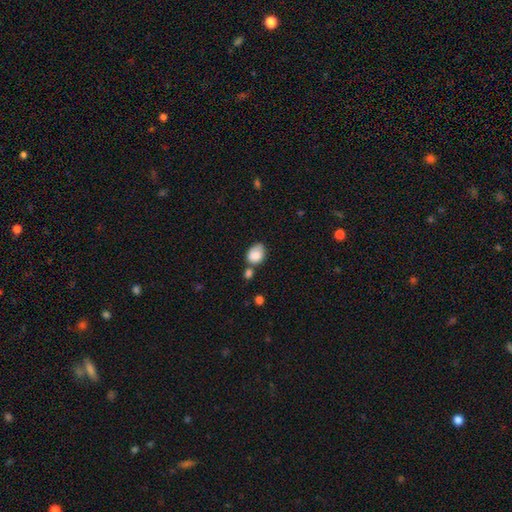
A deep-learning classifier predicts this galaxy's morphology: smooth-or-featured: smooth: 85% | star or artifact: 8% | featured or disk: 7%
  how-rounded: in between: 66% | round: 33% | cigar-shaped: 1%
  merging: none: 46% | minor disturbance: 24% | merger: 23% | major disturbance: 7%